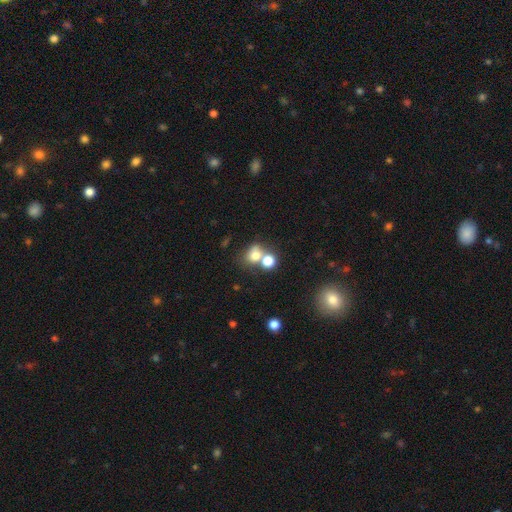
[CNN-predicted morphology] Smooth or featured?
  - smooth: 71% *
  - star or artifact: 14%
  - featured or disk: 14%
How rounded?
  - round: 62% *
  - in between: 37%
  - cigar-shaped: 1%
Merging?
  - merger: 49% *
  - none: 36%
  - minor disturbance: 9%
  - major disturbance: 6%